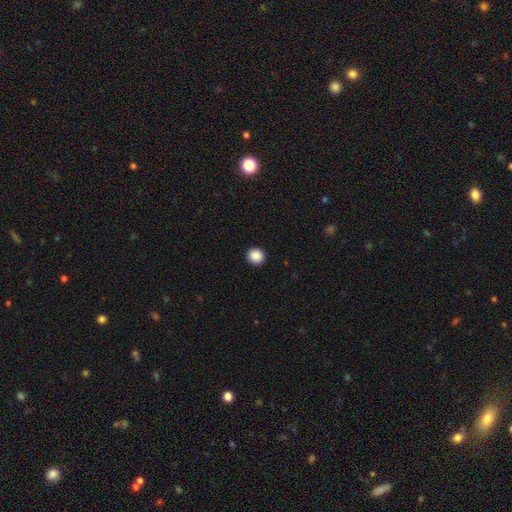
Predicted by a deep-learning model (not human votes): Smooth or featured?
  - smooth: 88% *
  - star or artifact: 9%
  - featured or disk: 3%
How rounded?
  - round: 95% *
  - in between: 4%
  - cigar-shaped: 1%
Merging?
  - none: 94% *
  - minor disturbance: 4%
  - major disturbance: 1%
  - merger: 1%